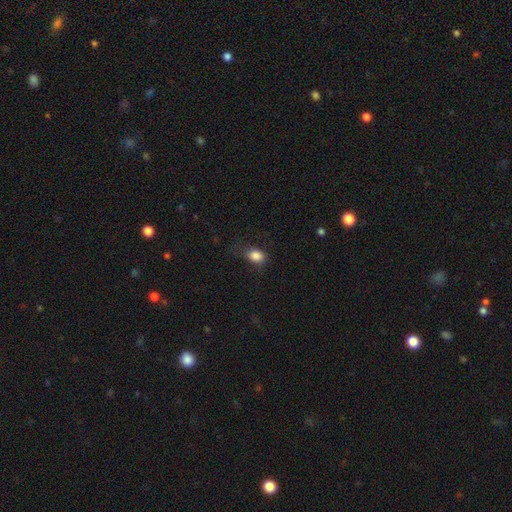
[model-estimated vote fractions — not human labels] smooth-or-featured: smooth: 86% | star or artifact: 10% | featured or disk: 5%
  how-rounded: in between: 68% | round: 30% | cigar-shaped: 1%
  merging: none: 73% | minor disturbance: 19% | major disturbance: 7% | merger: 1%